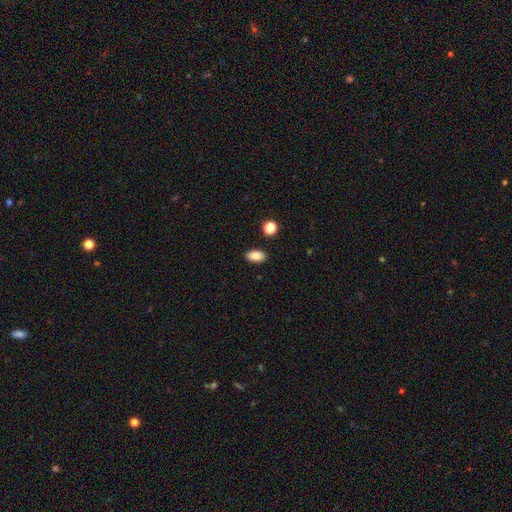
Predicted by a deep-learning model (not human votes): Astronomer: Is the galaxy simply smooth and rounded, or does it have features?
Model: smooth — 86%.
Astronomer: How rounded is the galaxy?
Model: in between — 91%.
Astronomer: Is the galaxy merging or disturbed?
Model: none — 89%.